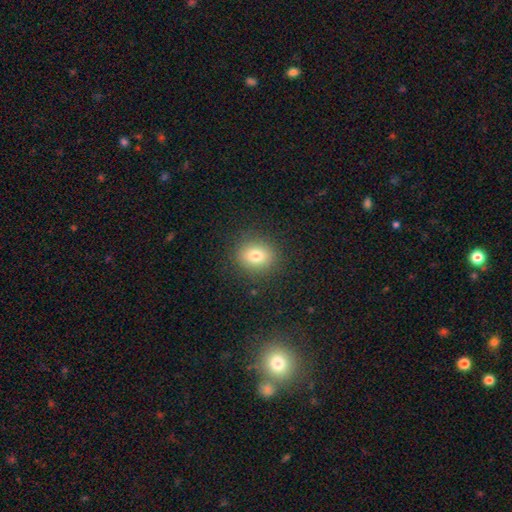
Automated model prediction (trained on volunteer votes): Smooth or featured? smooth (78%)
How rounded? round (69%)
Merging? none (88%)